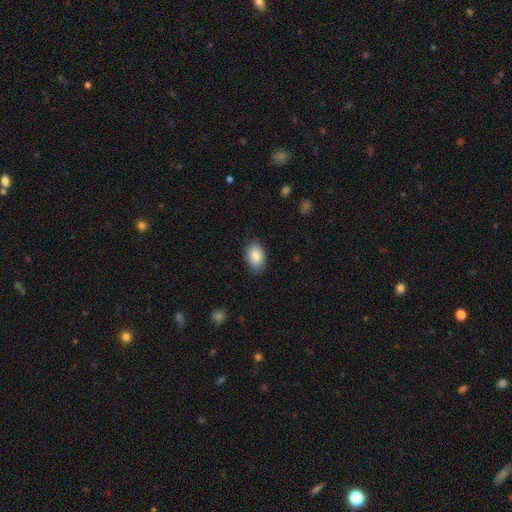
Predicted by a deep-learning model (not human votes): Smooth or featured: smooth — 83% (featured or disk — 10%)
How rounded: in between — 86% (round — 13%)
Merging: none — 81% (minor disturbance — 16%)